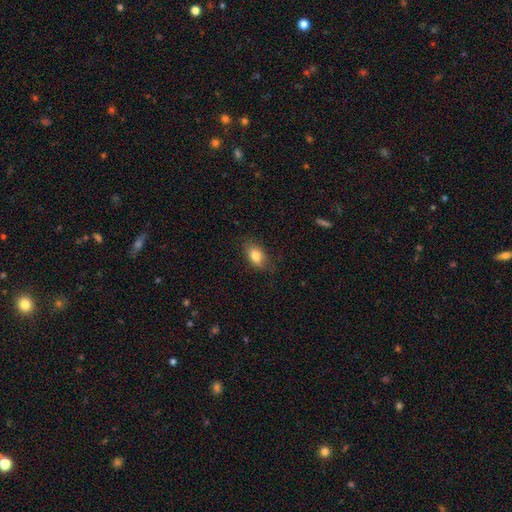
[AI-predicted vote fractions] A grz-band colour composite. It shows a smooth galaxy with no disk features (80%) that is in between round and cigar-shaped (86%). Merging: none (78%).